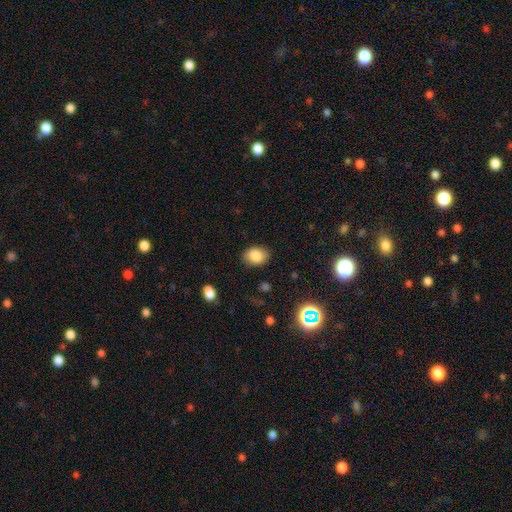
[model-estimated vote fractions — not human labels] A smooth galaxy with no disk features (83%) that is in between round and cigar-shaped (68%). Merging: none (84%).